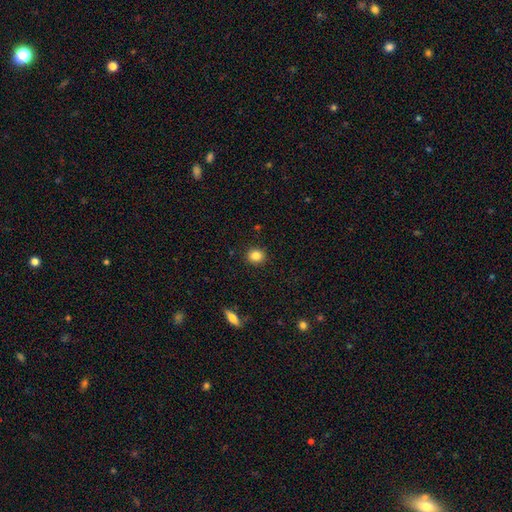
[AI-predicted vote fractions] Smooth or featured? smooth (85%)
How rounded? round (81%)
Merging? none (91%)